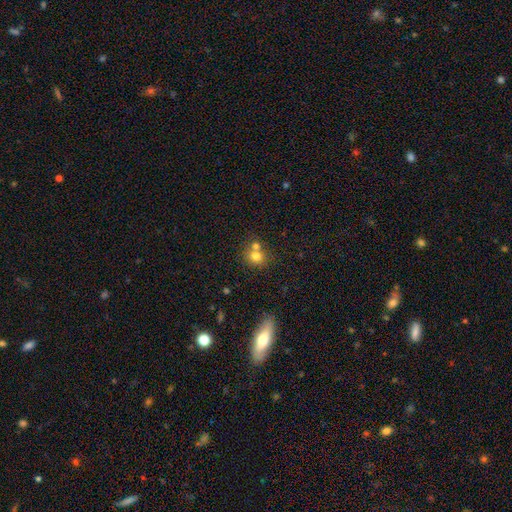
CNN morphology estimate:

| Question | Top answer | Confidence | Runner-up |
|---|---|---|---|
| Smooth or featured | smooth | 76% | featured or disk (12%) |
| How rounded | round | 73% | in between (27%) |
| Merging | none | 45% | merger (43%) |